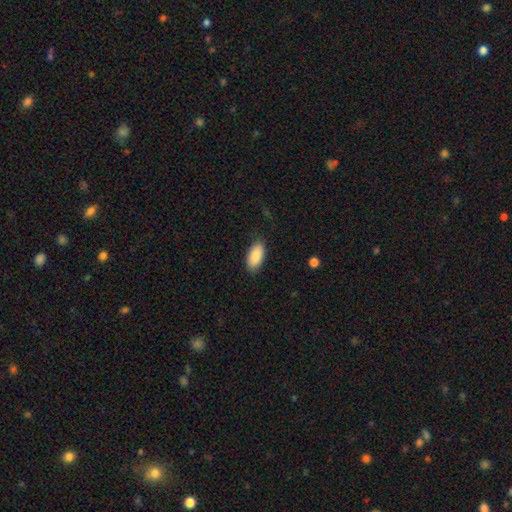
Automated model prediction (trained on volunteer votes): smooth_or_featured: smooth (p=0.87) [alt: featured or disk p=0.06]
how_rounded: in between (p=0.93) [alt: cigar-shaped p=0.04]
merging: none (p=0.84) [alt: minor disturbance p=0.12]